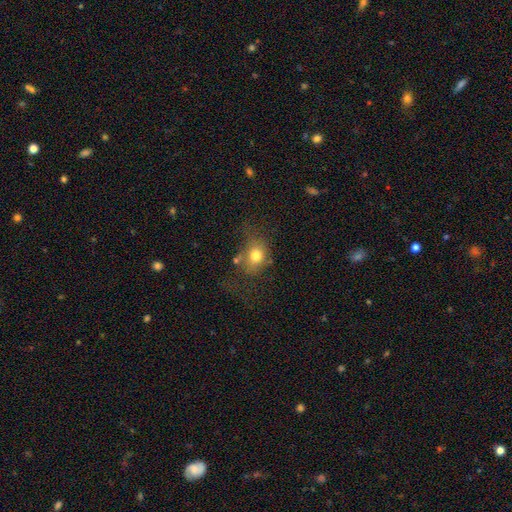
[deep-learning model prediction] Overall: smooth (74%). How rounded: round (56%; in between 43%). Merging: none (46%; minor disturbance 25%).